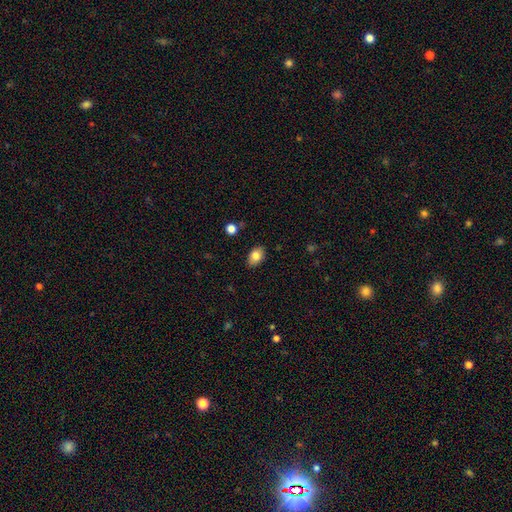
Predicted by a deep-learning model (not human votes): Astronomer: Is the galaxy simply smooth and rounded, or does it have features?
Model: smooth — 81%.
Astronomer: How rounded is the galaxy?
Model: in between — 85%.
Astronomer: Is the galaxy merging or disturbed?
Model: none — 86%.